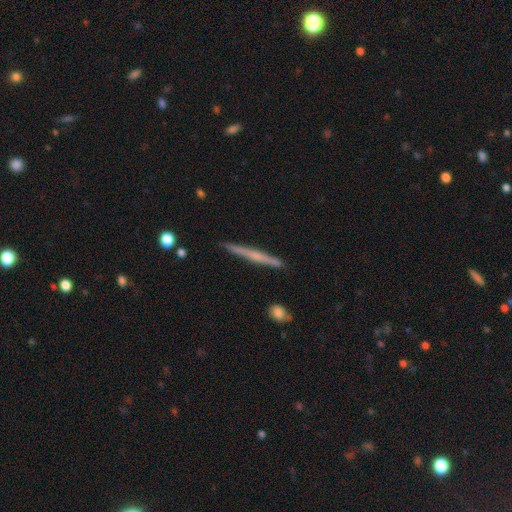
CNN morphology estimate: Smooth or featured?
  - featured or disk: 59% *
  - smooth: 35%
  - star or artifact: 6%
Edge-on disk?
  - yes: 98% *
  - no: 2%
Edge-on bulge?
  - none: 58% *
  - rounded: 34%
  - boxy: 8%
Merging?
  - none: 90% *
  - minor disturbance: 7%
  - merger: 1%
  - major disturbance: 1%